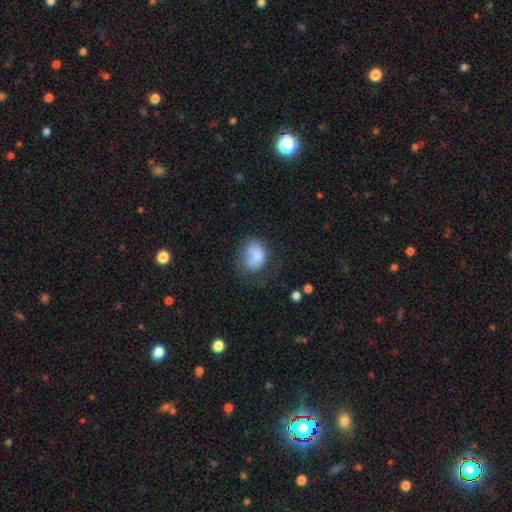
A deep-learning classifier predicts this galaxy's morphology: Overall: smooth (73%). How rounded: in between (54%; round 45%). Merging: none (39%; minor disturbance 28%).